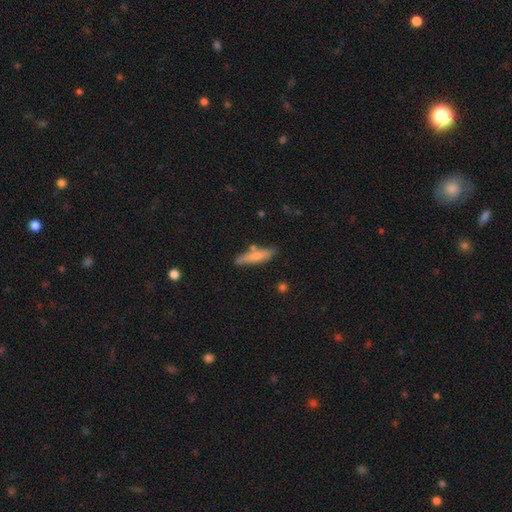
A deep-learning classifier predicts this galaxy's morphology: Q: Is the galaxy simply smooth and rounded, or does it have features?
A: smooth — 68%.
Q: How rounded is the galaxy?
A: cigar-shaped — 78%.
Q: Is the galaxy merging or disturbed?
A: none — 70%.